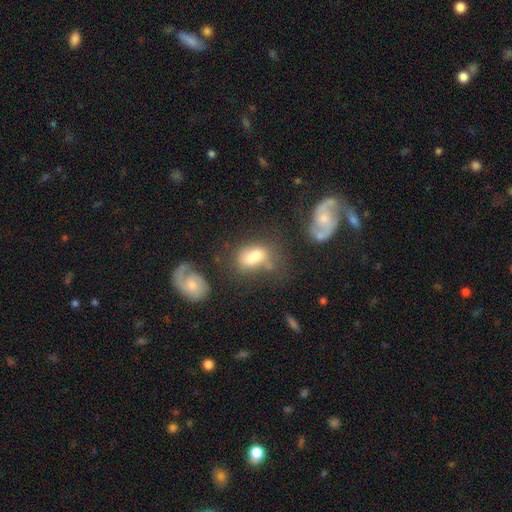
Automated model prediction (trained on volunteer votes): Morphology: type=smooth (56%); roundness=in between (77%); merging=none (37%).